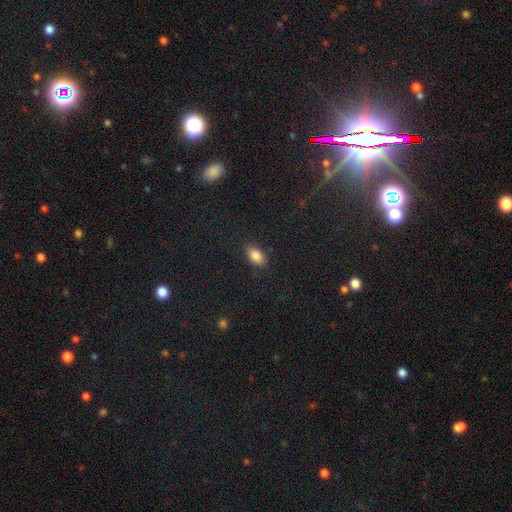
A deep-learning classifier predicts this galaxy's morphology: Smooth or featured?
  - smooth: 85% *
  - star or artifact: 9%
  - featured or disk: 6%
How rounded?
  - in between: 92% *
  - round: 5%
  - cigar-shaped: 3%
Merging?
  - none: 86% *
  - minor disturbance: 10%
  - major disturbance: 3%
  - merger: 1%